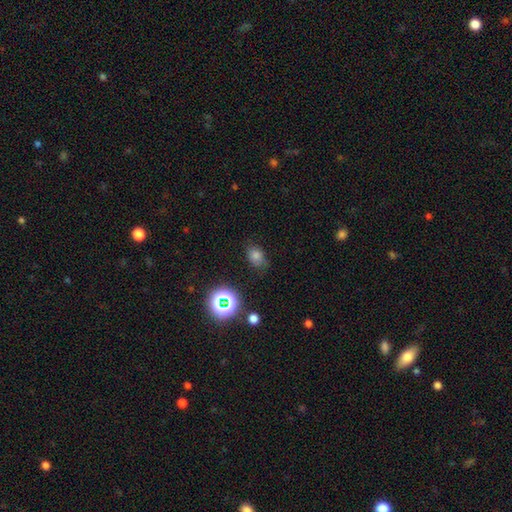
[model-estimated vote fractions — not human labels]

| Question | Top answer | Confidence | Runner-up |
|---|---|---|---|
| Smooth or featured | smooth | 72% | star or artifact (20%) |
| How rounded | in between | 66% | round (33%) |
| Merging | none | 73% | minor disturbance (20%) |